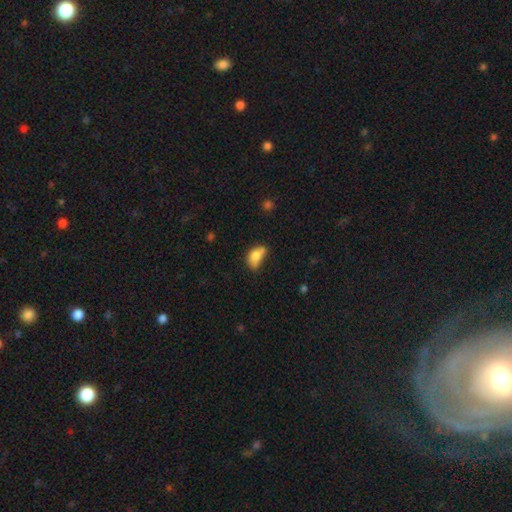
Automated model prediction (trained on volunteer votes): smooth_or_featured: smooth (p=0.74) [alt: featured or disk p=0.16]
how_rounded: in between (p=0.83) [alt: round p=0.15]
merging: minor disturbance (p=0.34) [alt: none p=0.31]